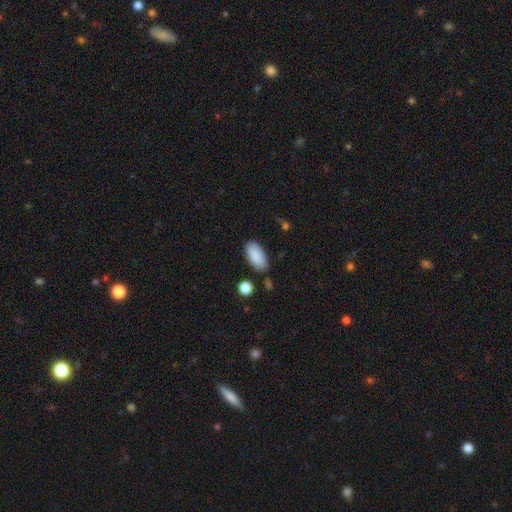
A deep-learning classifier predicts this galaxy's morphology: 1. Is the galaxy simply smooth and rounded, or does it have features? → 89% smooth, 6% star or artifact, 5% featured or disk.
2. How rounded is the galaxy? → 92% in between, 6% cigar-shaped, 2% round.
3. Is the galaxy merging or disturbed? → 81% none, 13% minor disturbance, 4% merger, 3% major disturbance.